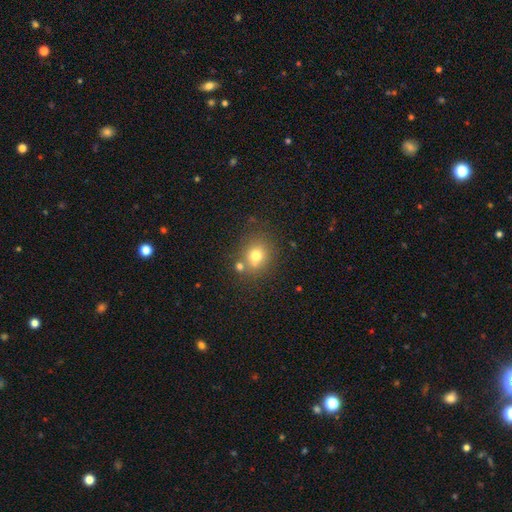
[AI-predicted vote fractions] A smooth galaxy with no disk features (73%) that is round (71%). Merging: none (67%).